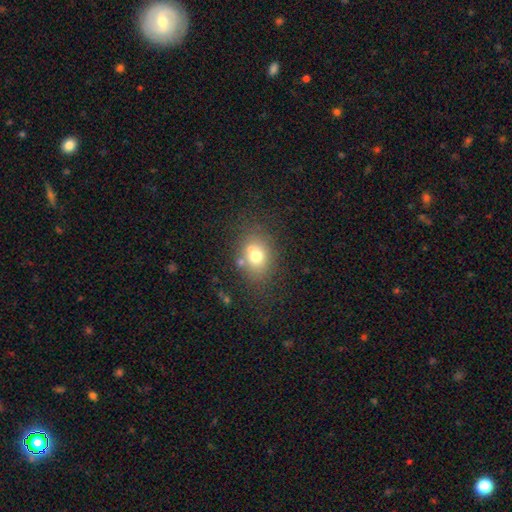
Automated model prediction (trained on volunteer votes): smooth_or_featured: smooth (p=0.71) [alt: featured or disk p=0.16]
how_rounded: in between (p=0.50) [alt: round p=0.49]
merging: none (p=0.68) [alt: minor disturbance p=0.15]